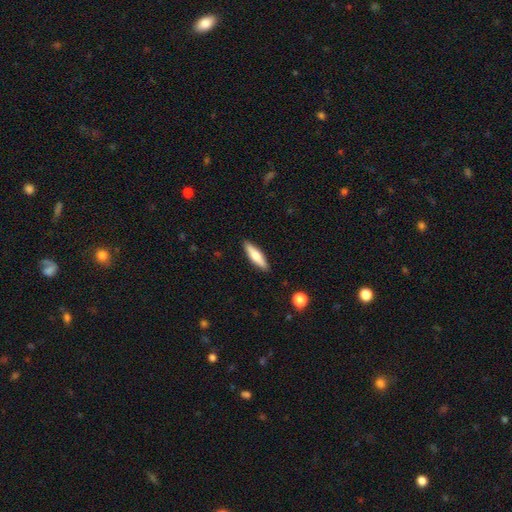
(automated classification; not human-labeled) smooth-or-featured: smooth: 63% | featured or disk: 31% | star or artifact: 6%
  how-rounded: cigar-shaped: 70% | in between: 28% | round: 2%
  merging: none: 89% | minor disturbance: 8% | major disturbance: 2% | merger: 1%